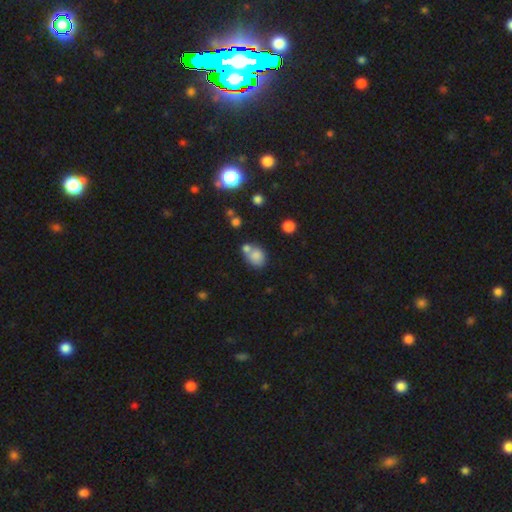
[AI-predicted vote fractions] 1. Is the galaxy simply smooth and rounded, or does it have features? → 79% smooth, 11% star or artifact, 10% featured or disk.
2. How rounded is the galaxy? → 52% round, 47% in between, 1% cigar-shaped.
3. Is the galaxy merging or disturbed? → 44% none, 38% merger, 13% minor disturbance, 5% major disturbance.